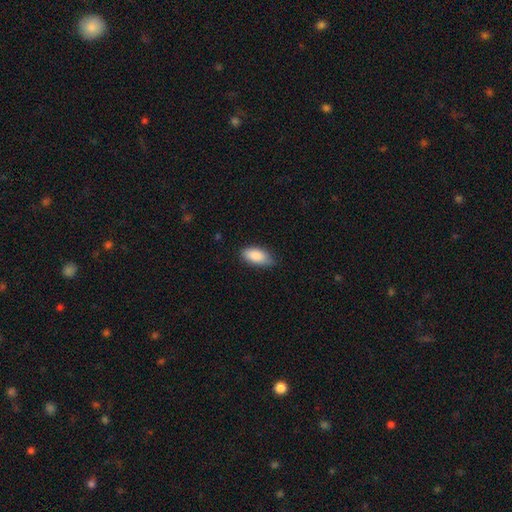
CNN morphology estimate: type=smooth (88%); roundness=in between (91%); merging=none (78%).